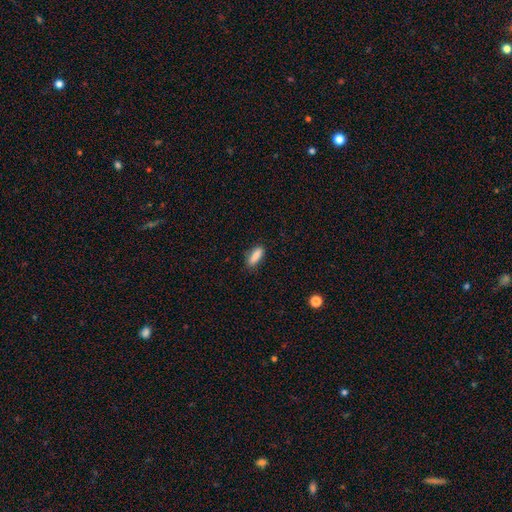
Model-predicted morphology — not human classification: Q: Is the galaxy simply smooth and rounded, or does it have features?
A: smooth — 87%.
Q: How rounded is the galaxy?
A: in between — 60%.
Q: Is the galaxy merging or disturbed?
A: none — 81%.